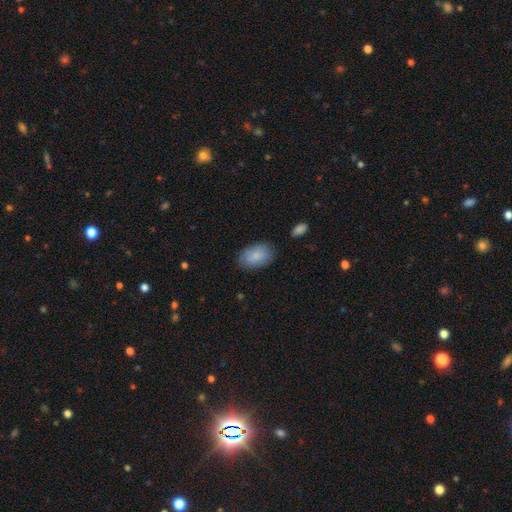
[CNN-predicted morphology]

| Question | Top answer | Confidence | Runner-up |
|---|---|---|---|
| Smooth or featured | smooth | 86% | featured or disk (8%) |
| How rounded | in between | 91% | round (8%) |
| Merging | none | 81% | minor disturbance (14%) |